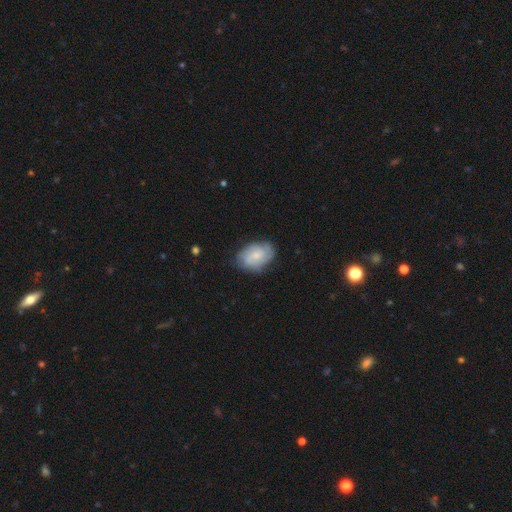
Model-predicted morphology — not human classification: Q: Smooth or featured?
A: featured or disk (47%); runner-up: smooth (46%)
Q: Merging?
A: none (72%); runner-up: minor disturbance (21%)